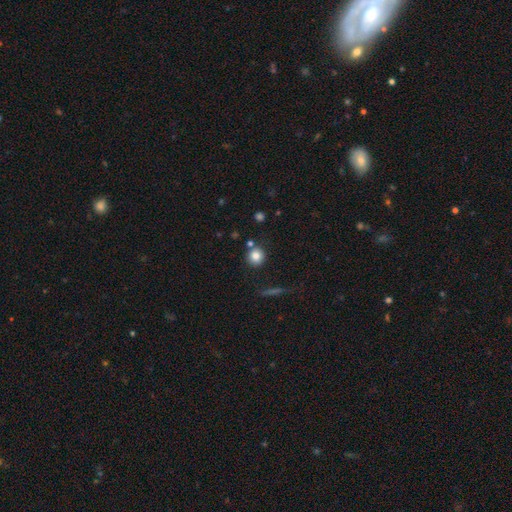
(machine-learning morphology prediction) The model was most divided on "smooth or featured": smooth: 81%, star or artifact: 11%, featured or disk: 8%. More confident: how rounded — round (91%); merging — none (81%).